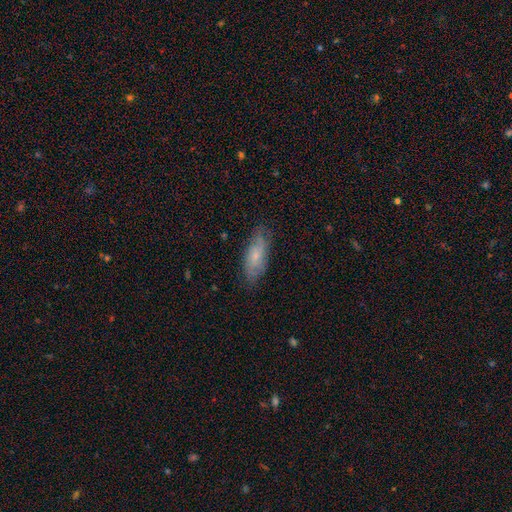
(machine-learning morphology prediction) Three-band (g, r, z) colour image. It shows a smooth galaxy with no disk features (50%) that is in between round and cigar-shaped (76%). Merging: none (74%).